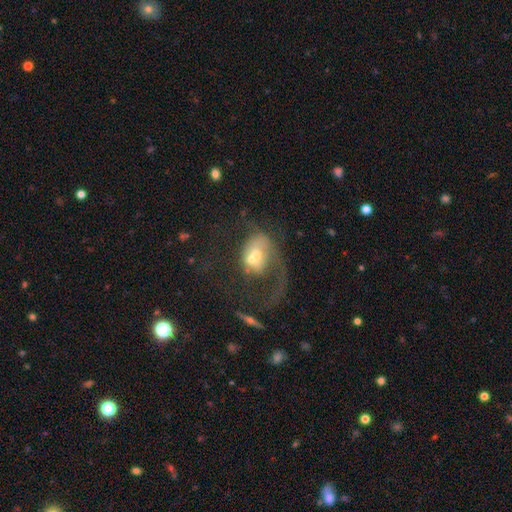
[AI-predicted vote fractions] A featured or disk galaxy (56%) with no bar (60%), spiral arms (58%) and a moderate central bulge (58%).

Vote fractions:
- Smooth or featured? featured or disk: 56% / smooth: 35% / star or artifact: 10%
- Edge-on disk? no: 96% / yes: 4%
- Bar? no: 60% / weak: 32% / strong: 8%
- Spiral arms? yes: 58% / no: 42%
- Bulge size? moderate: 58% / small: 21% / large: 14% / none: 4% / dominant: 3%
- Merging? major disturbance: 55% / none: 19% / merger: 14% / minor disturbance: 11%